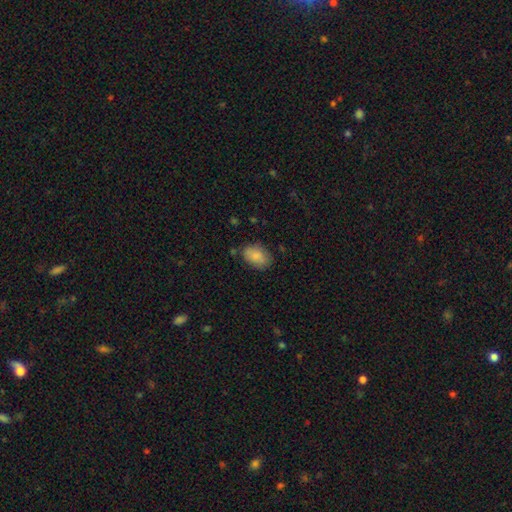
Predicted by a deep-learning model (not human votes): The model was most divided on "merging": none: 77%, minor disturbance: 17%, major disturbance: 4%, merger: 2%. More confident: how rounded — in between (87%); smooth or featured — smooth (86%).